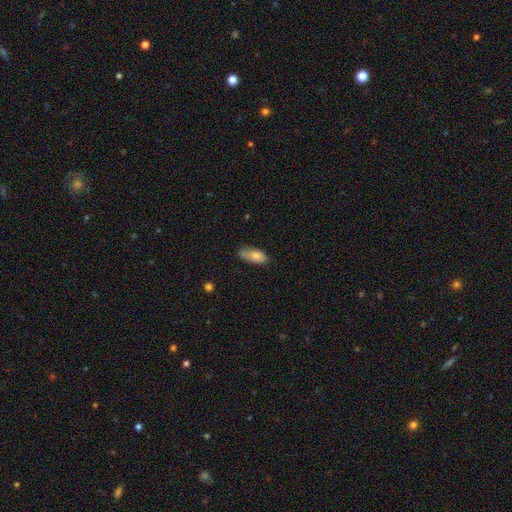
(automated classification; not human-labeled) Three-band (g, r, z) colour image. It shows a smooth galaxy with no disk features (76%) that is in between round and cigar-shaped (84%). Merging: none (55%).